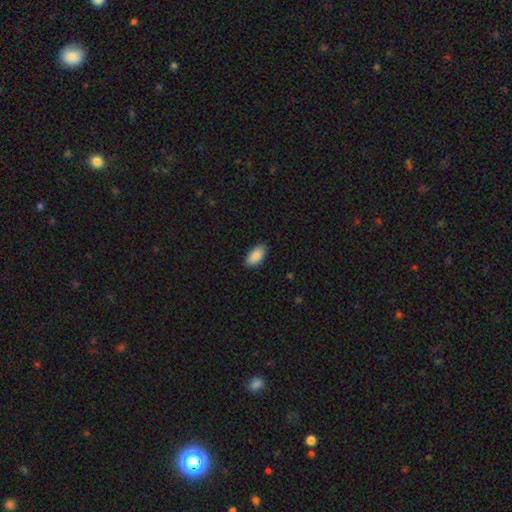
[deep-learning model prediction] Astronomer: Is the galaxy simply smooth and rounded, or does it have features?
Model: smooth — 90%.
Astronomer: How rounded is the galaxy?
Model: in between — 94%.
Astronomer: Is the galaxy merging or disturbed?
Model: none — 84%.